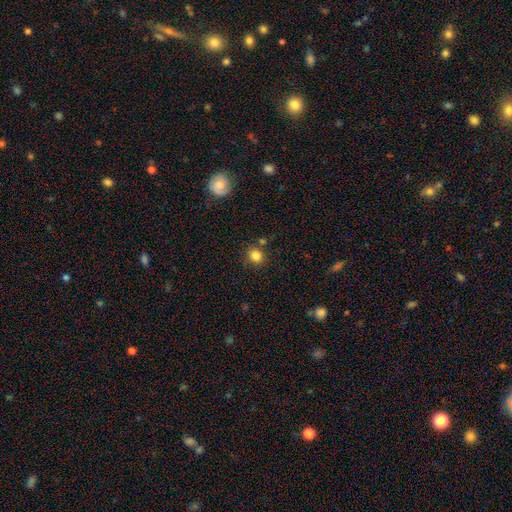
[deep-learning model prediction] The model was most divided on "how rounded": round: 70%, in between: 29%, cigar-shaped: 1%. More confident: smooth or featured — smooth (83%); merging — none (78%).